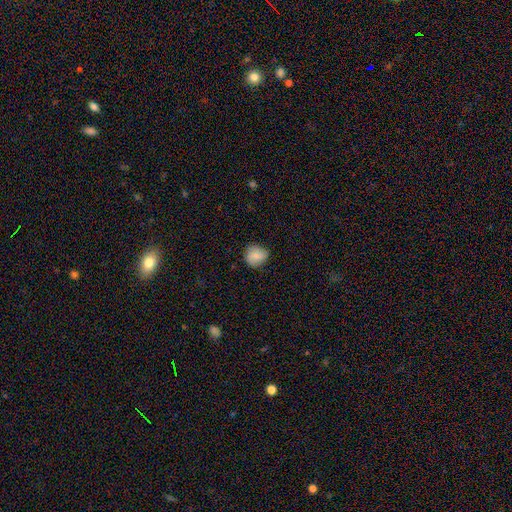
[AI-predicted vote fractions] smooth_or_featured: smooth (p=0.81) [alt: featured or disk p=0.11]
how_rounded: round (p=0.81) [alt: in between p=0.18]
merging: none (p=0.75) [alt: minor disturbance p=0.20]